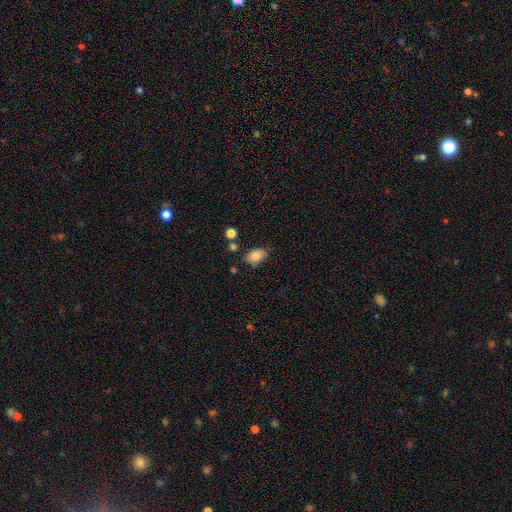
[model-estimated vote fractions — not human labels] Smooth or featured? Predicted: smooth (p=0.85). How rounded? Predicted: in between (p=0.87). Merging? Predicted: none (p=0.69).